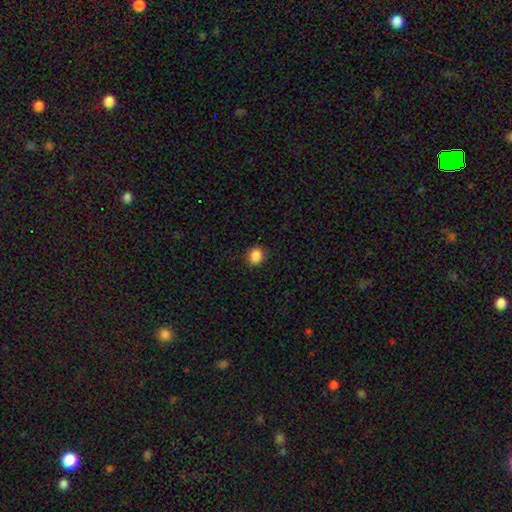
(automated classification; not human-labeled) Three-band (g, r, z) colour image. It shows a smooth galaxy with no disk features (88%) that is round (80%). Merging: none (91%).